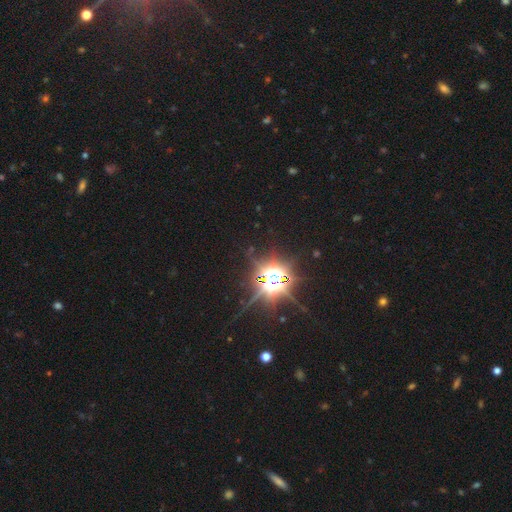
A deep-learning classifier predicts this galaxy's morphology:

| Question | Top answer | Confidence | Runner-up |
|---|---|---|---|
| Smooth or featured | star or artifact | 86% | smooth (8%) |